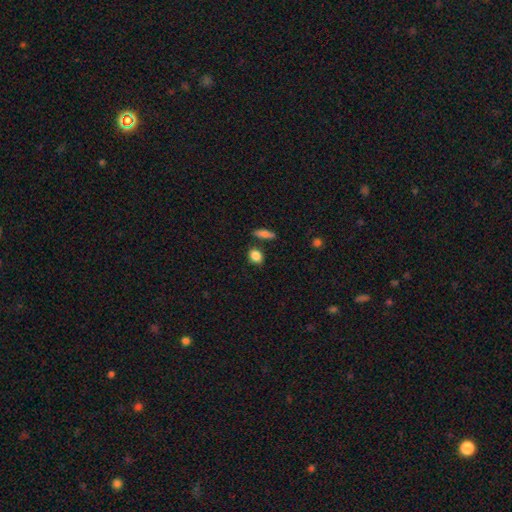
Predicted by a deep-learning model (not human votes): smooth_or_featured: smooth (p=0.86) [alt: star or artifact p=0.08]
how_rounded: in between (p=0.59) [alt: round p=0.38]
merging: none (p=0.78) [alt: minor disturbance p=0.12]